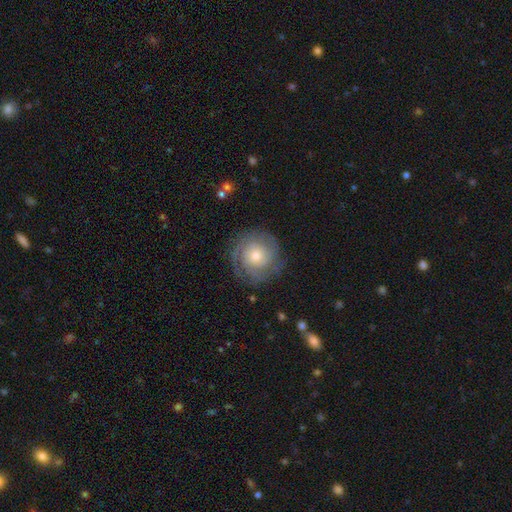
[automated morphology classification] type=featured or disk (69%); edge-on=no (98%); bar=no (83%); spiral arms=yes (88%); winding=tight (74%); arm count=can't tell (40%); bulge=moderate (50%); merging=none (81%).